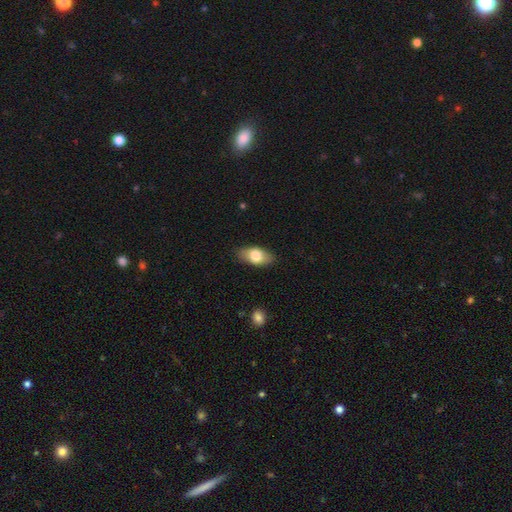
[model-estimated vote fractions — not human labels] Smooth or featured: smooth — 76% (featured or disk — 18%)
How rounded: in between — 89% (cigar-shaped — 6%)
Merging: none — 86% (minor disturbance — 11%)